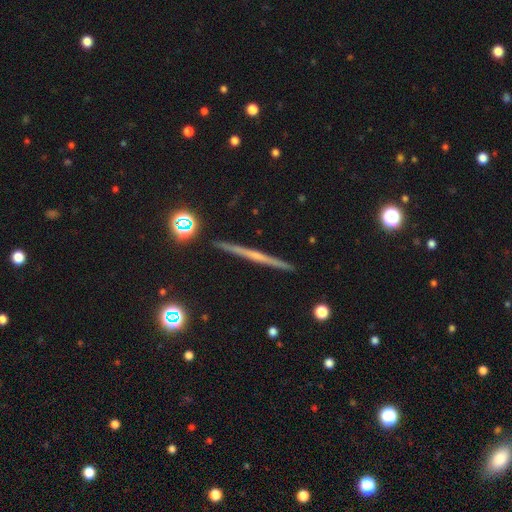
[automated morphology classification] featured or disk 71%, smooth 22%, star or artifact 8%. Down the decision tree: edge-on disk — yes (98%); edge-on bulge — none (58%); merging — none (92%).